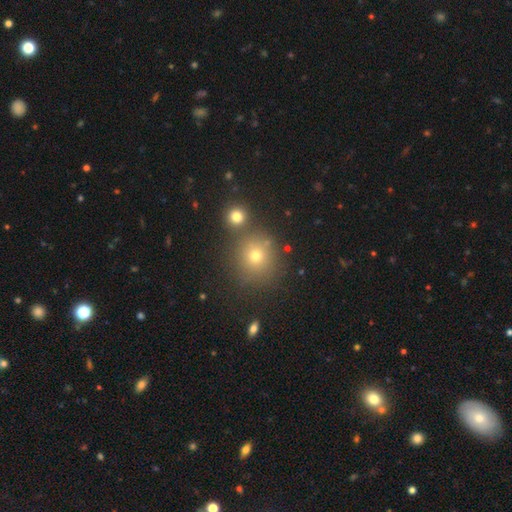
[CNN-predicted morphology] The model was most divided on "smooth or featured": smooth: 69%, star or artifact: 21%, featured or disk: 11%. More confident: how rounded — round (89%); merging — none (75%).